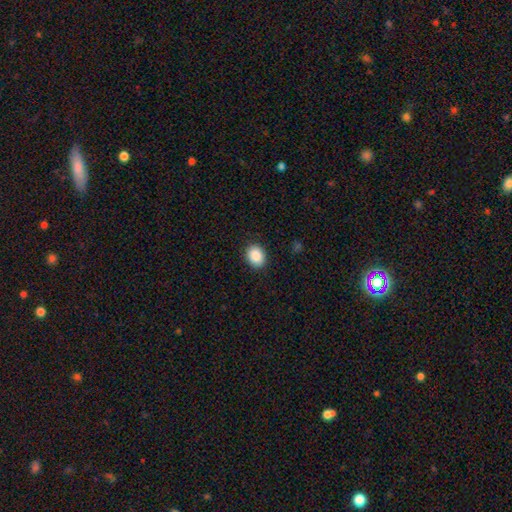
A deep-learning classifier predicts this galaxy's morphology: This is clearly a smooth galaxy (88%). How rounded: possibly in between (54%). Merging: clearly none (90%).